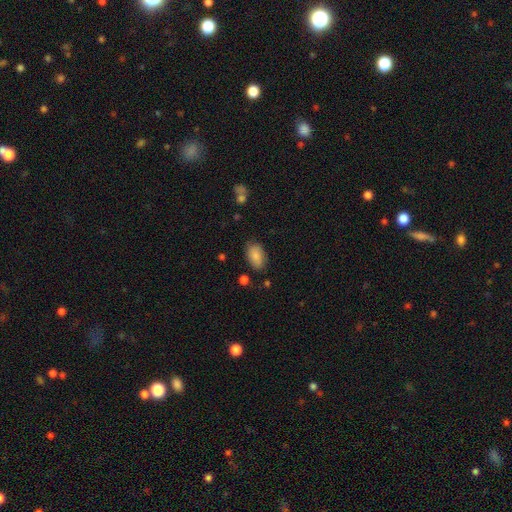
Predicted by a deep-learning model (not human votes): Smooth or featured? smooth (85%)
How rounded? in between (93%)
Merging? none (78%)